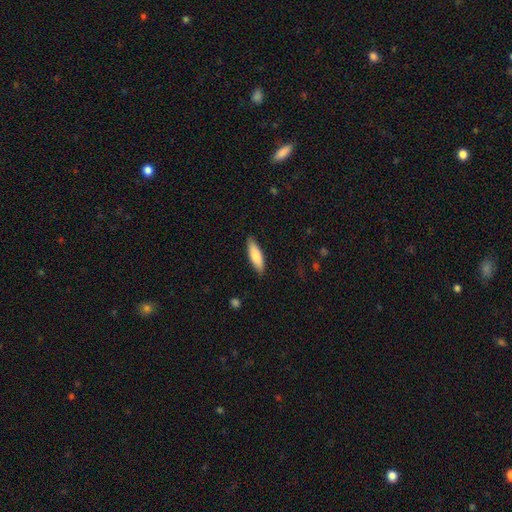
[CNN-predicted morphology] smooth 77%, featured or disk 18%, star or artifact 5%. Down the decision tree: how rounded — cigar-shaped (54%); merging — none (87%).